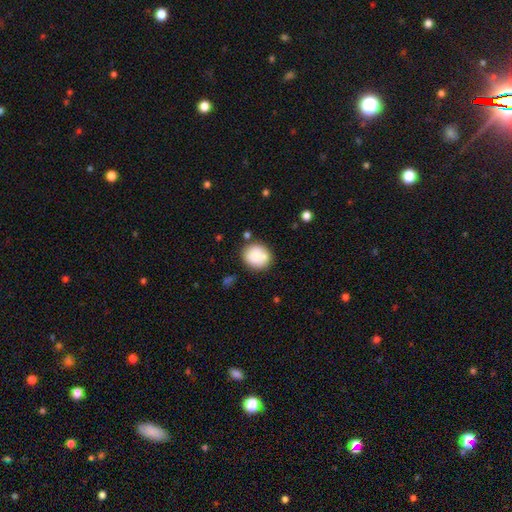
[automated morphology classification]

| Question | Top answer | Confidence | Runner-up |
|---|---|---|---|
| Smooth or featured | smooth | 83% | featured or disk (9%) |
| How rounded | round | 74% | in between (25%) |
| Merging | none | 70% | minor disturbance (15%) |